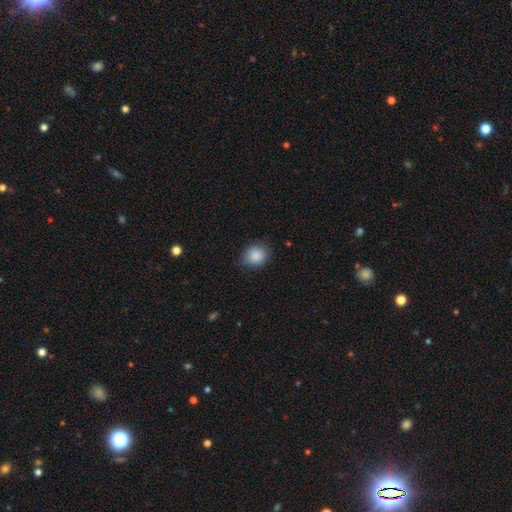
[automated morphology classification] This appears to be a smooth galaxy with no disk features (87%) that is round (73%). Merging: none (77%).